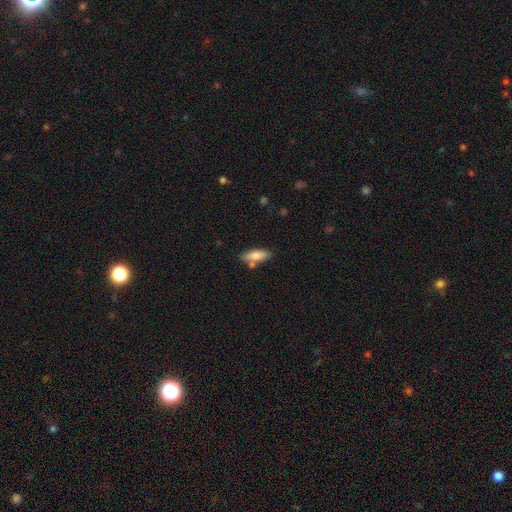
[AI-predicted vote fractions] This appears to be a smooth galaxy with no disk features (76%) that is in between round and cigar-shaped (58%). Merging: none (71%).